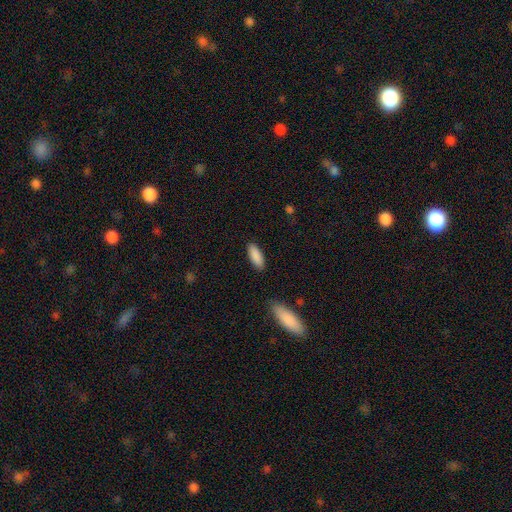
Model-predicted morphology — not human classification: Smooth or featured?
  - smooth: 89% *
  - star or artifact: 6%
  - featured or disk: 5%
How rounded?
  - in between: 67% *
  - cigar-shaped: 31%
  - round: 2%
Merging?
  - none: 87% *
  - minor disturbance: 9%
  - major disturbance: 2%
  - merger: 2%